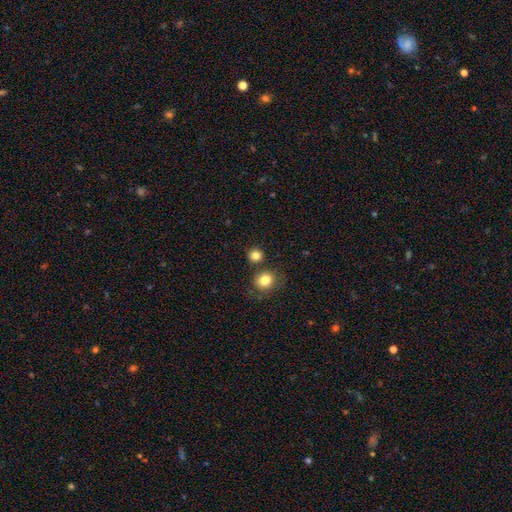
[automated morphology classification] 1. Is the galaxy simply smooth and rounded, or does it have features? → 83% smooth, 12% star or artifact, 6% featured or disk.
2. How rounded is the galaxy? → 85% round, 14% in between, 1% cigar-shaped.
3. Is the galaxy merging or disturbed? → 74% none, 15% merger, 8% minor disturbance, 3% major disturbance.